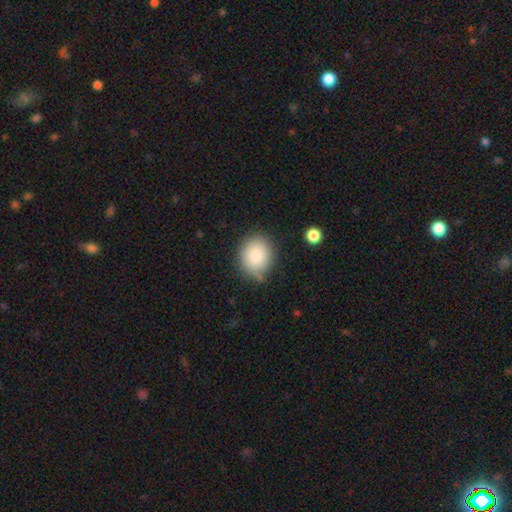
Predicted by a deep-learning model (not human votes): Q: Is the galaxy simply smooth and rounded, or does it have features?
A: smooth — 85%.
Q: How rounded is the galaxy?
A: round — 64%.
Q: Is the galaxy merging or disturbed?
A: none — 68%.